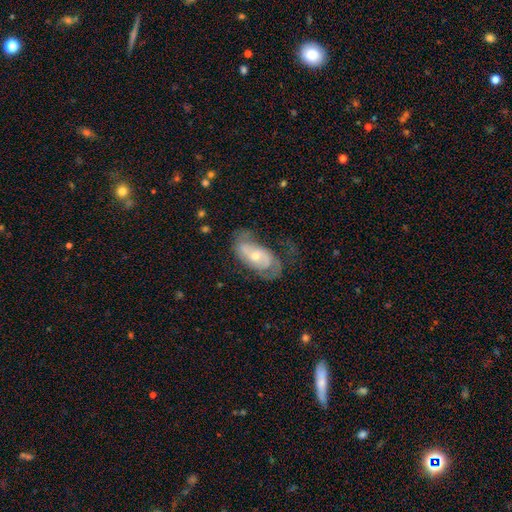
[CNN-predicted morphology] smooth_or_featured: featured or disk (p=0.66) [alt: smooth p=0.27]
disk_edge_on: no (p=0.91) [alt: yes p=0.09]
bar: no (p=0.66) [alt: weak p=0.25]
has_spiral_arms: yes (p=0.73) [alt: no p=0.27]
bulge_size: moderate (p=0.48) [alt: small p=0.47]
merging: none (p=0.46) [alt: minor disturbance p=0.26]